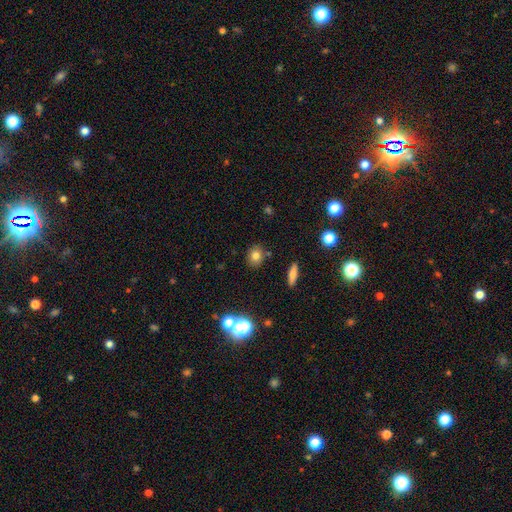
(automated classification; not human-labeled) smooth-or-featured: smooth: 75% | star or artifact: 14% | featured or disk: 10%
  how-rounded: round: 63% | in between: 36% | cigar-shaped: 2%
  merging: none: 83% | minor disturbance: 9% | merger: 5% | major disturbance: 3%